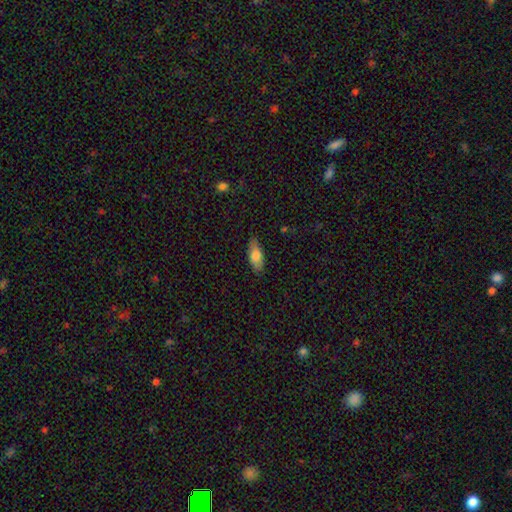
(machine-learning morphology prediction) This appears to be a smooth galaxy with no disk features (75%) that is in between round and cigar-shaped (81%). Merging: none (82%).